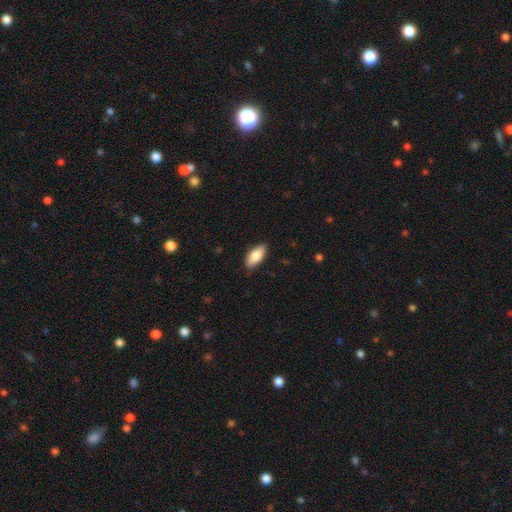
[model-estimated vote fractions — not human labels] Smooth or featured? Predicted: smooth (p=0.82). How rounded? Predicted: in between (p=0.88). Merging? Predicted: none (p=0.84).